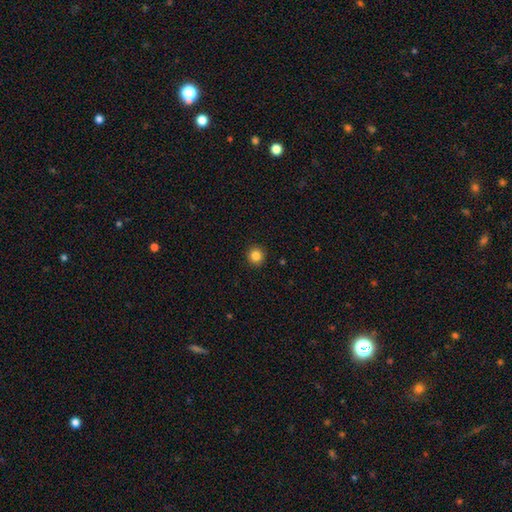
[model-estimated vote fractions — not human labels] Overall: smooth (84%). How rounded: round (93%). Merging: none (92%).